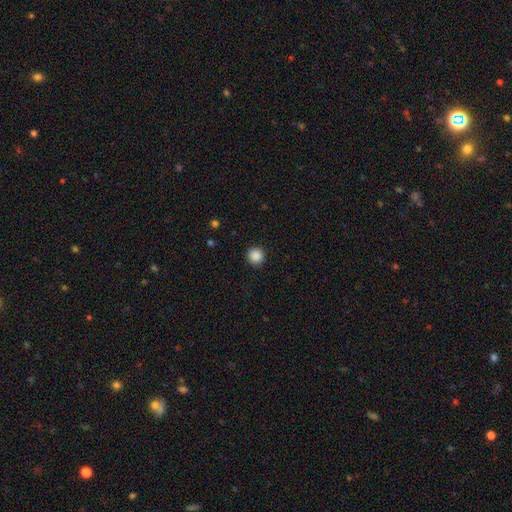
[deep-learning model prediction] A smooth galaxy with no disk features (88%) that is round (94%).

Vote fractions:
- Smooth or featured? smooth: 88% / star or artifact: 10% / featured or disk: 3%
- How rounded? round: 94% / in between: 5% / cigar-shaped: 1%
- Merging? none: 91% / minor disturbance: 6% / major disturbance: 2% / merger: 1%